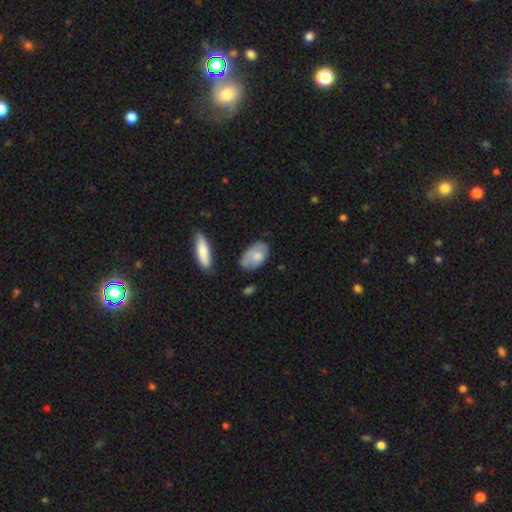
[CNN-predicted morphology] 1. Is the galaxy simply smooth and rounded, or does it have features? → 69% smooth, 25% featured or disk, 6% star or artifact.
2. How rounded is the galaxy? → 90% in between, 8% round, 2% cigar-shaped.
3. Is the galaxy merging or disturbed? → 56% none, 31% minor disturbance, 9% major disturbance, 4% merger.